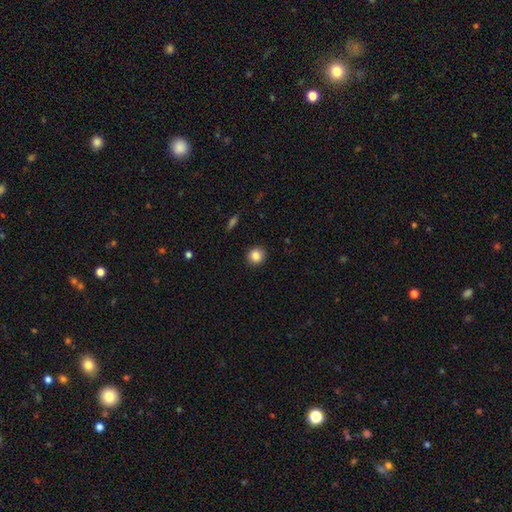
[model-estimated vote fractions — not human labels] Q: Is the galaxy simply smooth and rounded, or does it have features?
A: smooth — 86%.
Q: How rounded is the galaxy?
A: round — 89%.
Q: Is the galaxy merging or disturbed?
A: none — 91%.